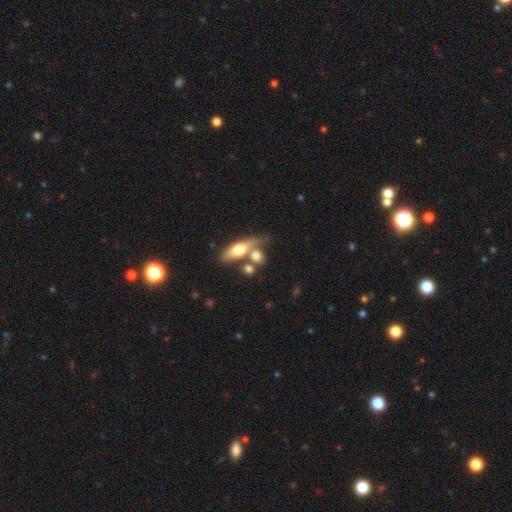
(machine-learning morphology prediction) smooth_or_featured: smooth (p=0.64) [alt: featured or disk p=0.28]
how_rounded: in between (p=0.53) [alt: round p=0.29]
merging: merger (p=0.41) [alt: none p=0.38]